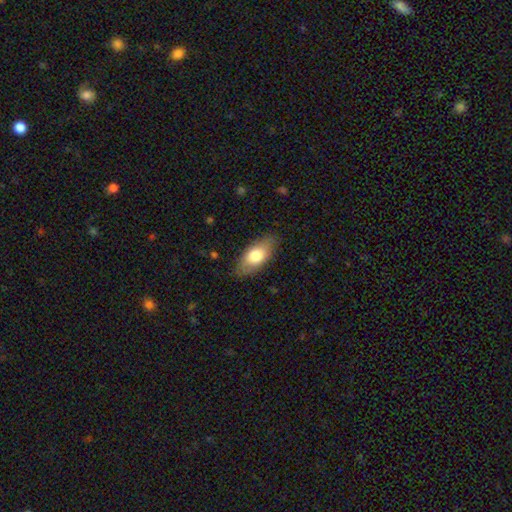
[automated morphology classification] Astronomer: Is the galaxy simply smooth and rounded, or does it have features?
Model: smooth — 74%.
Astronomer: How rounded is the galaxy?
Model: in between — 89%.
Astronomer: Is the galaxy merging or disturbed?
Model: none — 81%.